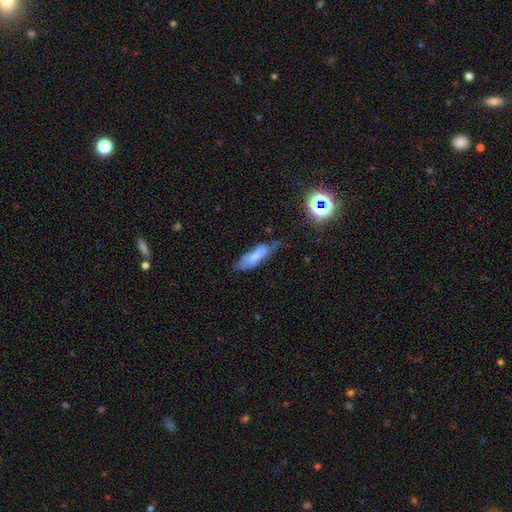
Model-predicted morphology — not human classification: Smooth or featured? Predicted: smooth (p=0.58). How rounded? Predicted: in between (p=0.54). Merging? Predicted: none (p=0.43).